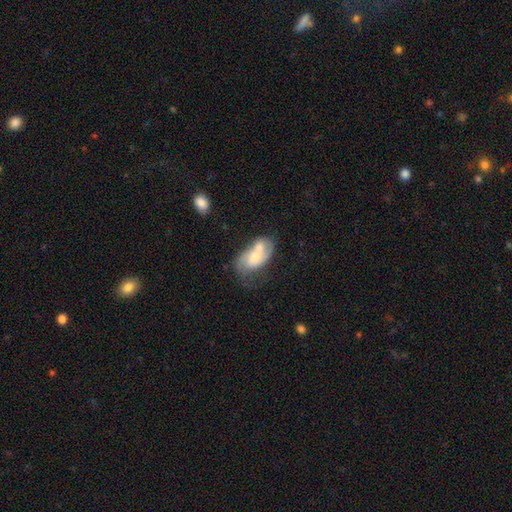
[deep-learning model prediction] smooth-or-featured: featured or disk: 50% | smooth: 43% | star or artifact: 6%
  disk-edge-on: no: 94% | yes: 6%
  merging: merger: 48% | none: 24% | minor disturbance: 16% | major disturbance: 12%